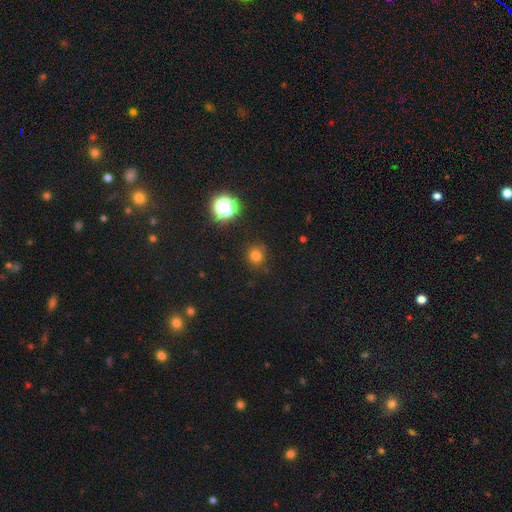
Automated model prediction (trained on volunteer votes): Morphology: type=smooth (75%); roundness=round (90%); merging=none (84%).